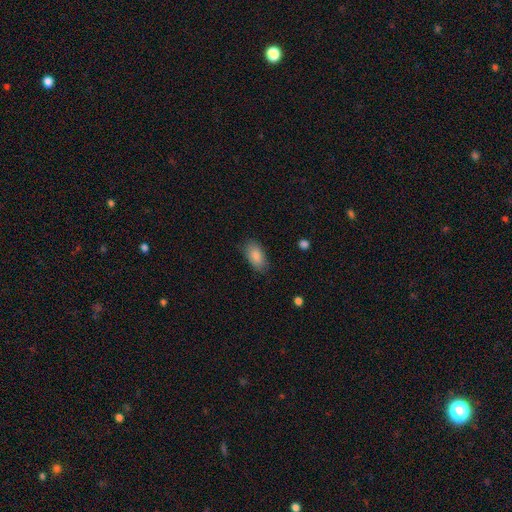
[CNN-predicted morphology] A smooth galaxy with no disk features (87%) that is in between round and cigar-shaped (92%). Merging: none (82%).